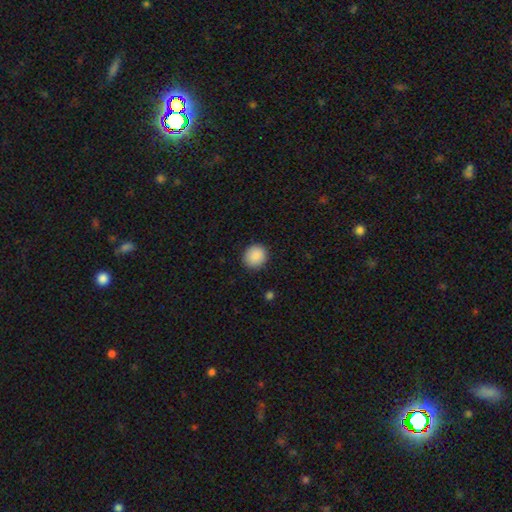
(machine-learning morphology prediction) Smooth or featured? smooth (89%)
How rounded? round (87%)
Merging? none (90%)